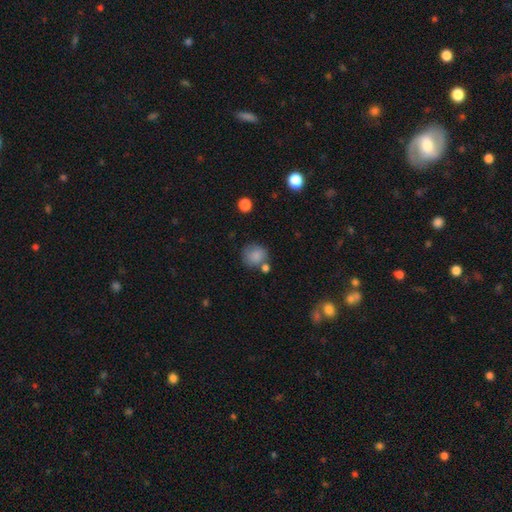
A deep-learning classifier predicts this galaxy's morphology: Overall: smooth (83%). How rounded: round (85%). Merging: none (65%).